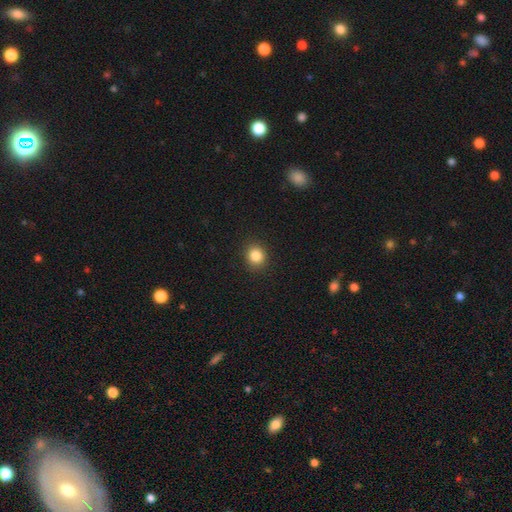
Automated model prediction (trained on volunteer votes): This is clearly a smooth galaxy (86%). How rounded: clearly round (83%). Merging: clearly none (90%).